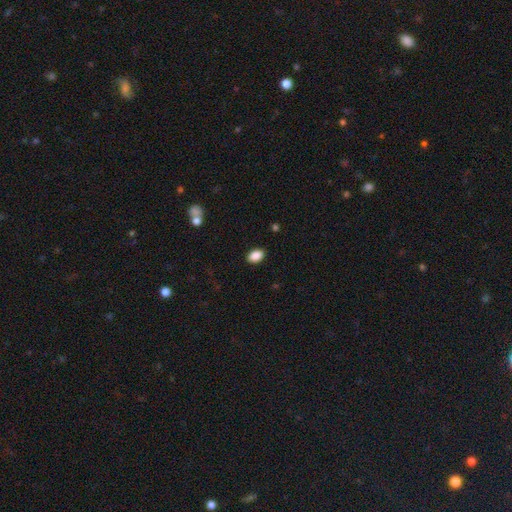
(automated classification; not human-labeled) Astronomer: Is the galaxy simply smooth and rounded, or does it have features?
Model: smooth — 89%.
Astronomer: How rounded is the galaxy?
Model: in between — 86%.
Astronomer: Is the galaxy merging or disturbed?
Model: none — 89%.